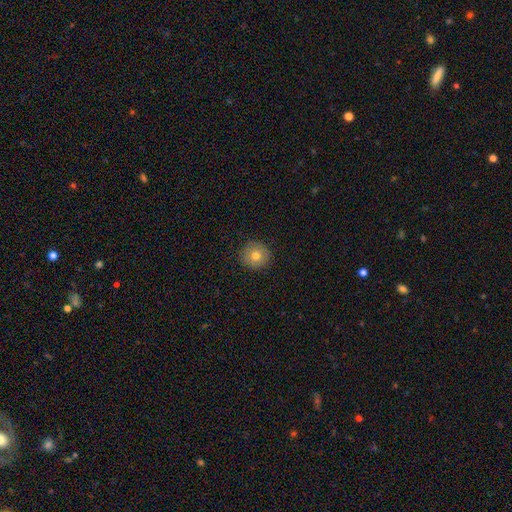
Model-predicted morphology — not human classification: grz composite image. It shows a smooth galaxy with no disk features (76%) that is round (94%). Merging: none (91%).